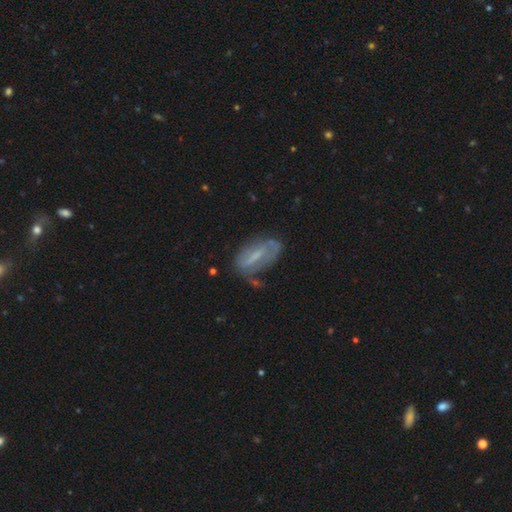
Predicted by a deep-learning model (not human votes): This is possibly a featured or disk galaxy (53%). It is clearly not viewed edge-on (87%). Merging: possibly none (50%).